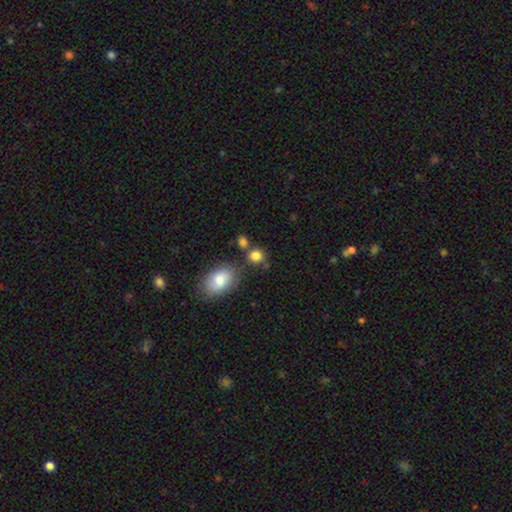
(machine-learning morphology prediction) The model was most divided on "how rounded": round: 69%, in between: 30%, cigar-shaped: 1%. More confident: smooth or featured — smooth (84%); merging — none (66%).